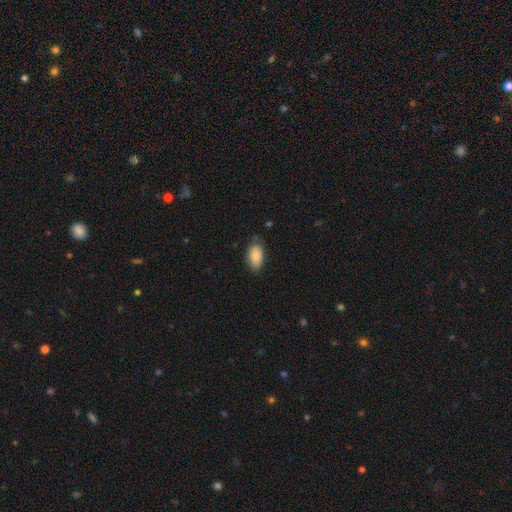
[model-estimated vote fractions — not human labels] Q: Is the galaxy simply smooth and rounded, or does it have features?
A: smooth — 84%.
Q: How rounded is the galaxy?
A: in between — 94%.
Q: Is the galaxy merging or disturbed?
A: none — 68%.